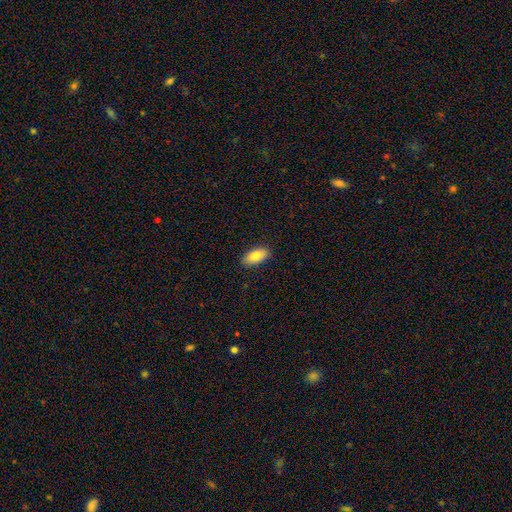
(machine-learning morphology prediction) Smooth or featured? Predicted: smooth (p=0.80). How rounded? Predicted: in between (p=0.92). Merging? Predicted: none (p=0.88).